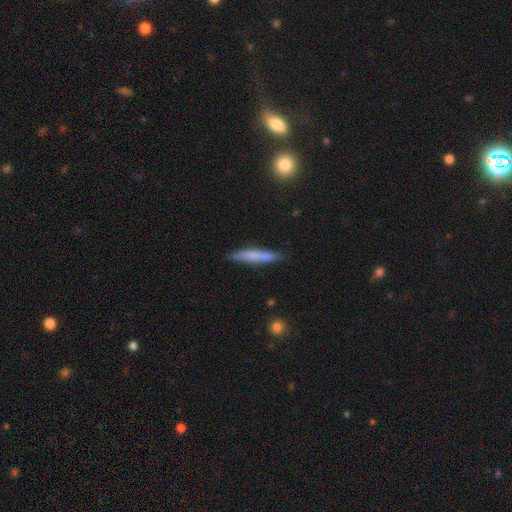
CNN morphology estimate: A smooth galaxy with no disk features (68%) that is cigar-shaped (92%).

Vote fractions:
- Smooth or featured? smooth: 68% / featured or disk: 26% / star or artifact: 6%
- How rounded? cigar-shaped: 92% / in between: 6% / round: 2%
- Merging? none: 82% / minor disturbance: 13% / merger: 2% / major disturbance: 2%